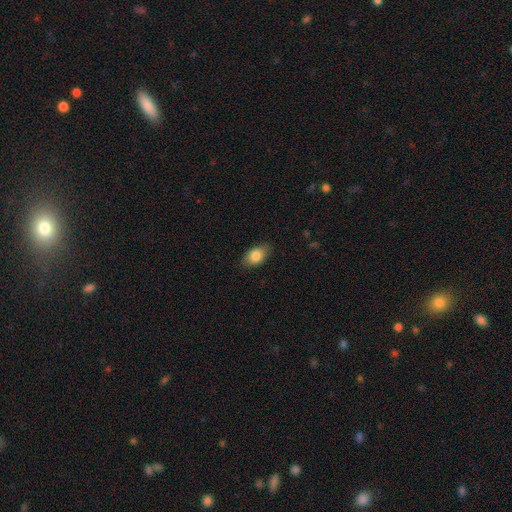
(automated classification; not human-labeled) Morphology: type=smooth (83%); roundness=in between (89%); merging=none (83%).